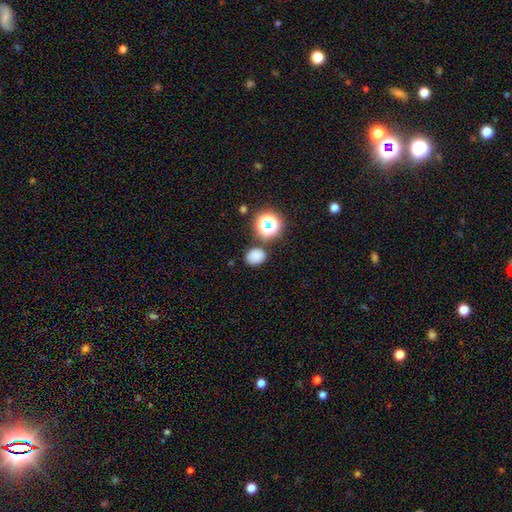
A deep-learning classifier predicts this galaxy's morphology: The model was most divided on "how rounded": round: 52%, in between: 47%, cigar-shaped: 1%. More confident: merging — none (78%); smooth or featured — smooth (78%).